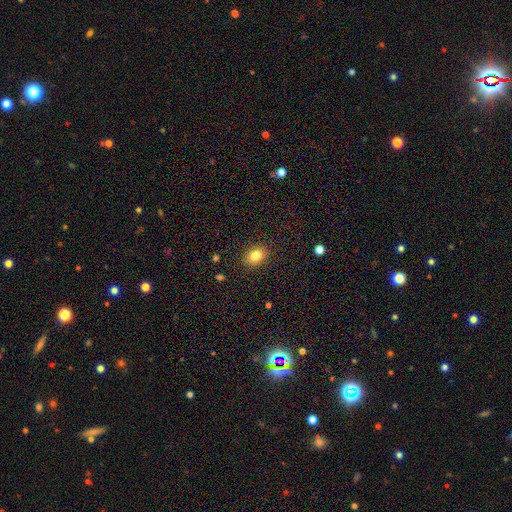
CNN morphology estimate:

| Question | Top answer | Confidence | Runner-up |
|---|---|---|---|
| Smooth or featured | smooth | 82% | star or artifact (10%) |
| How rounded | in between | 53% | round (46%) |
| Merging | none | 88% | minor disturbance (8%) |